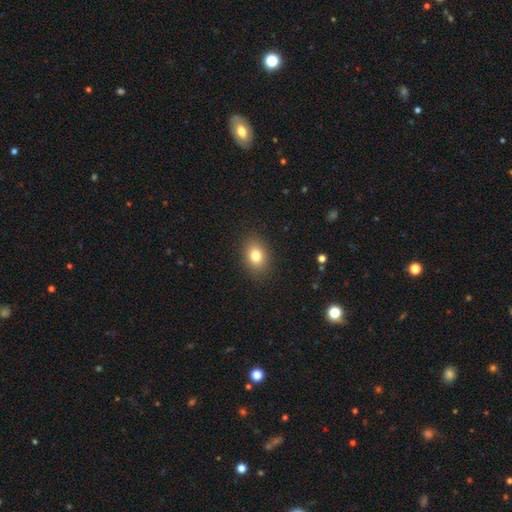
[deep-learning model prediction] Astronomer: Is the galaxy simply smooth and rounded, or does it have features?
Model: smooth — 80%.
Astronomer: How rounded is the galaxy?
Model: in between — 69%.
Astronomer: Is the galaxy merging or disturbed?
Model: none — 89%.